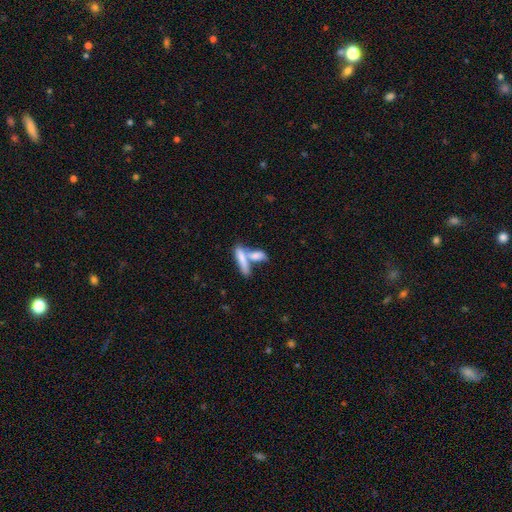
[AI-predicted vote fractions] smooth_or_featured: smooth (p=0.73) [alt: featured or disk p=0.20]
how_rounded: cigar-shaped (p=0.57) [alt: in between p=0.39]
merging: merger (p=0.55) [alt: none p=0.32]